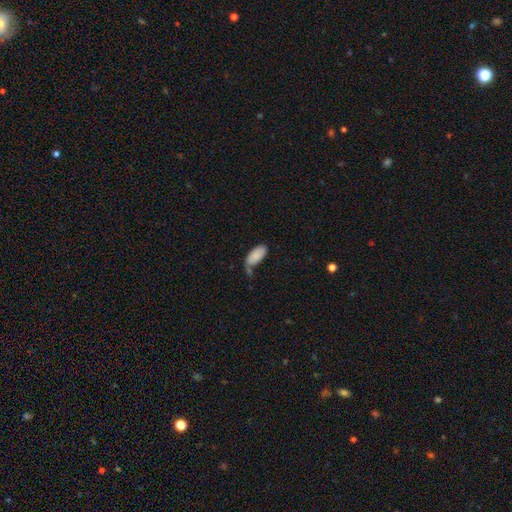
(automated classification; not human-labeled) A smooth galaxy with no disk features (86%) that is in between round and cigar-shaped (92%). Merging: none (49%).